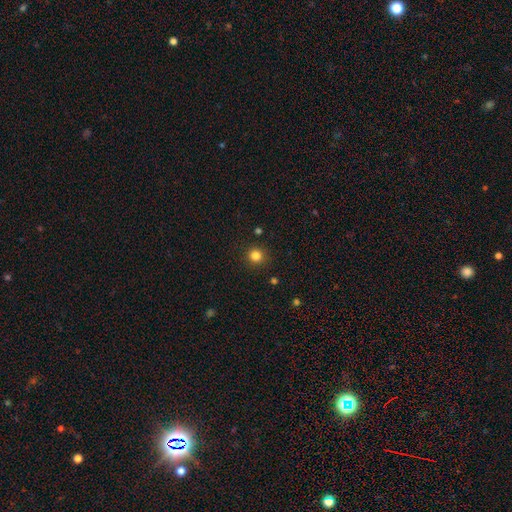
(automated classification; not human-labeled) Smooth or featured? smooth (82%)
How rounded? round (93%)
Merging? none (90%)